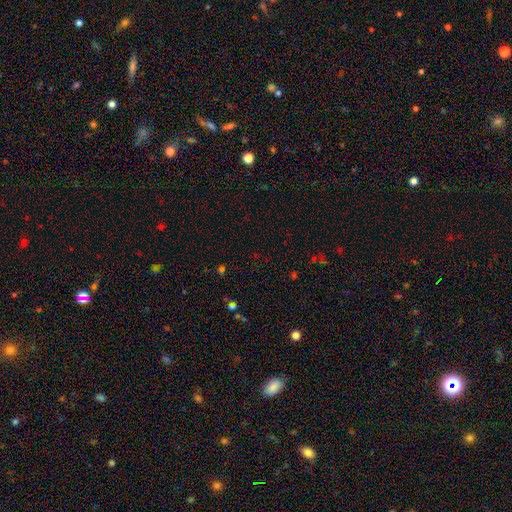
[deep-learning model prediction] Overall: star or artifact (64%; smooth 28%).